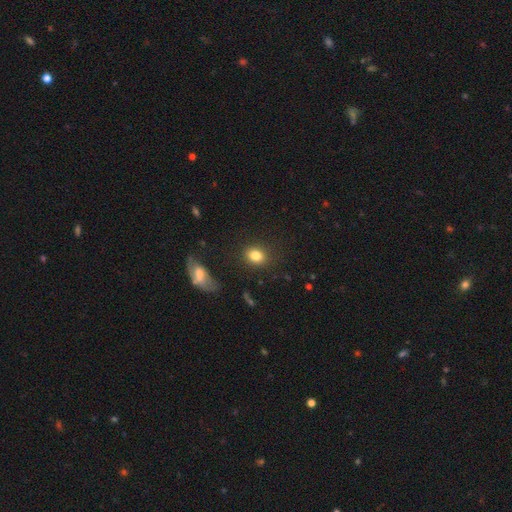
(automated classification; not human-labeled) The model was most divided on "how rounded": in between: 55%, round: 44%, cigar-shaped: 2%. More confident: merging — none (84%); smooth or featured — smooth (83%).